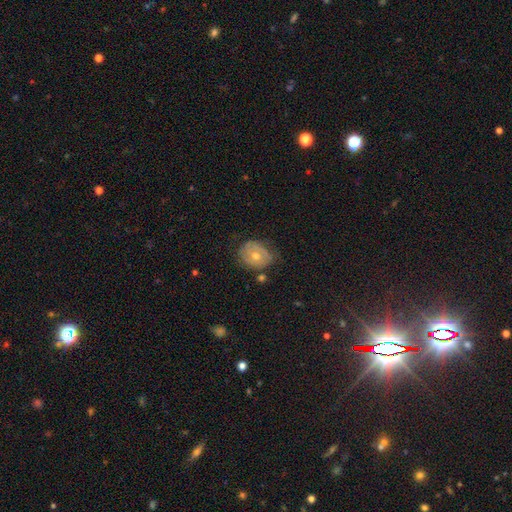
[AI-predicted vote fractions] Q: Smooth or featured?
A: featured or disk (53%); runner-up: smooth (34%)
Q: Edge-on disk?
A: no (96%); runner-up: yes (4%)
Q: Bar?
A: no (81%); runner-up: weak (15%)
Q: Spiral arms?
A: yes (62%); runner-up: no (38%)
Q: Bulge size?
A: moderate (61%); runner-up: small (35%)
Q: Merging?
A: none (67%); runner-up: minor disturbance (23%)